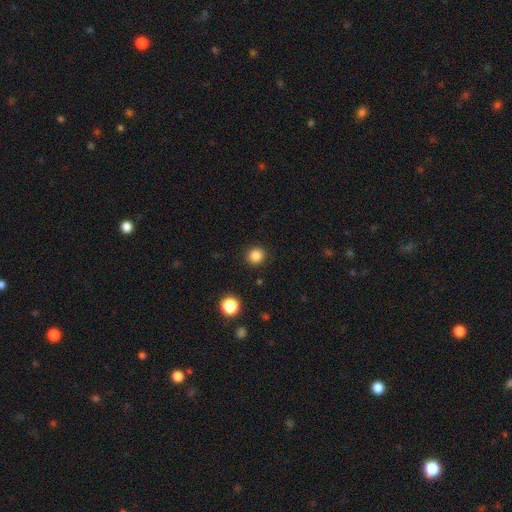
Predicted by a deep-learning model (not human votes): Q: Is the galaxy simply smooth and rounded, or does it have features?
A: smooth — 84%.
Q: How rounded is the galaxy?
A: round — 91%.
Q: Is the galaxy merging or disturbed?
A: none — 91%.